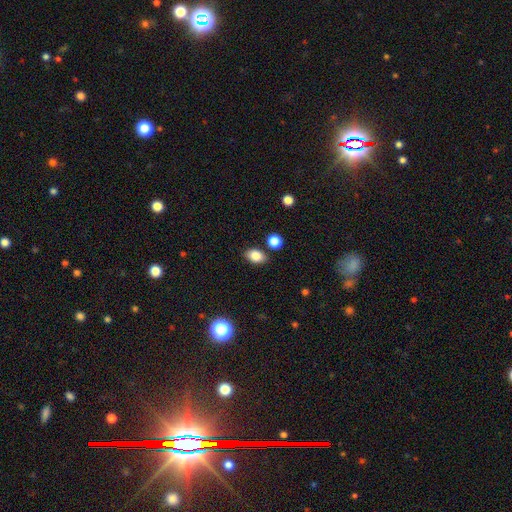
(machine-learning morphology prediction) type=smooth (84%); roundness=in between (79%); merging=none (81%).